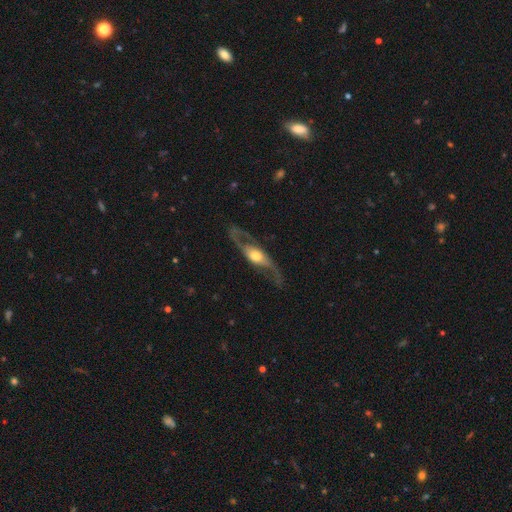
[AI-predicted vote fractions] Smooth or featured? Predicted: featured or disk (p=0.85). Edge-on disk? Predicted: no (p=0.81). Bar? Predicted: no (p=0.58). Spiral arms? Predicted: yes (p=0.90). Spiral winding? Predicted: loose (p=0.60). Spiral arm count? Predicted: 2 (p=0.92). Bulge size? Predicted: moderate (p=0.60). Merging? Predicted: none (p=0.73).